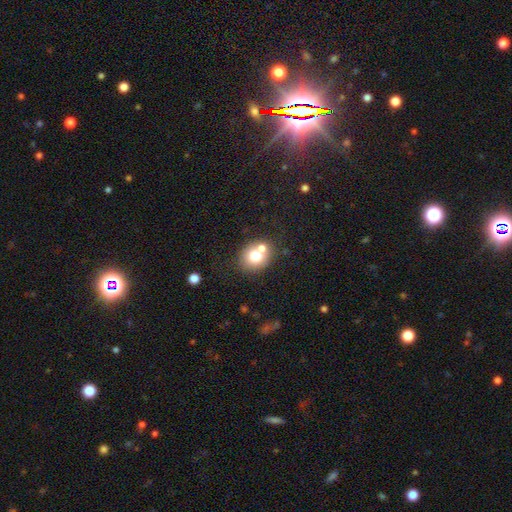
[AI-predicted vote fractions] The model was most divided on "merging": none: 54%, merger: 32%, minor disturbance: 10%, major disturbance: 4%. More confident: smooth or featured — smooth (72%); how rounded — round (67%).